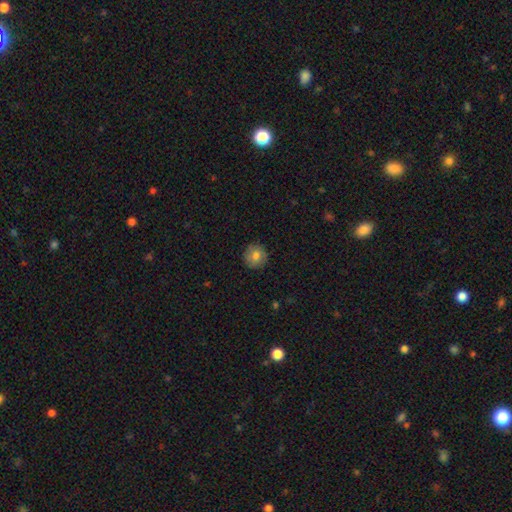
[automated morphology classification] This is likely a smooth galaxy (77%). How rounded: clearly round (94%). Merging: clearly none (88%).